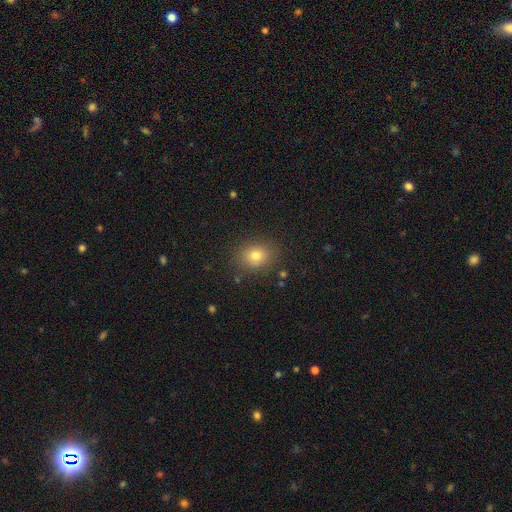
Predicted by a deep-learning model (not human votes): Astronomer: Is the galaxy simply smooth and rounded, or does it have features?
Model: smooth — 77%.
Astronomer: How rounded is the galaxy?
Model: round — 60% (runner-up: in between, 40%).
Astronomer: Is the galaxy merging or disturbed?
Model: none — 86%.